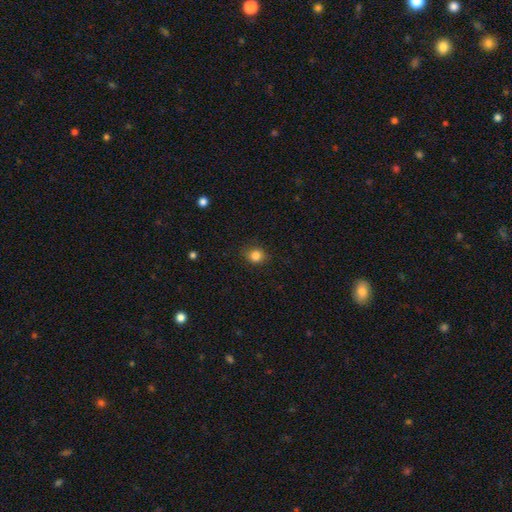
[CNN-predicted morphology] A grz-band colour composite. It shows a smooth galaxy with no disk features (84%) that is round (77%). Merging: none (84%).